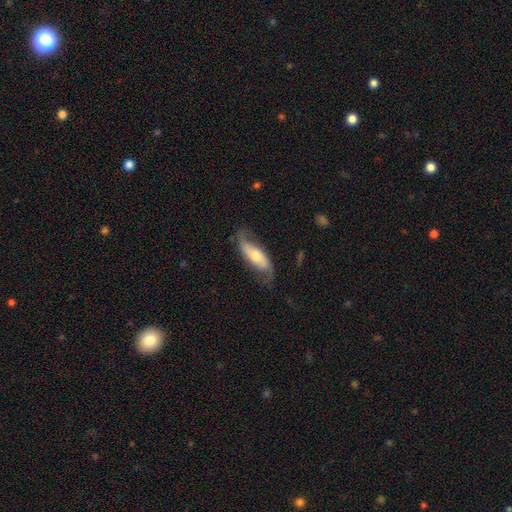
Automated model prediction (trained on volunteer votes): The model was most divided on "bulge size": moderate: 59%, small: 31%, large: 7%, none: 2%, dominant: 2%. More confident: spiral arms — yes (88%); edge-on disk — no (81%); smooth or featured — featured or disk (67%); merging — none (66%); bar — no (55%).